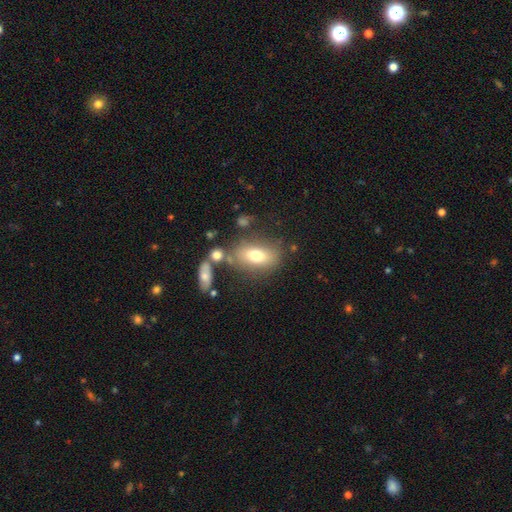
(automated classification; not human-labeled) A smooth galaxy with no disk features (70%) that is in between round and cigar-shaped (81%).

Vote fractions:
- Smooth or featured? smooth: 70% / featured or disk: 20% / star or artifact: 10%
- How rounded? in between: 81% / round: 13% / cigar-shaped: 5%
- Merging? none: 66% / minor disturbance: 16% / merger: 11% / major disturbance: 8%